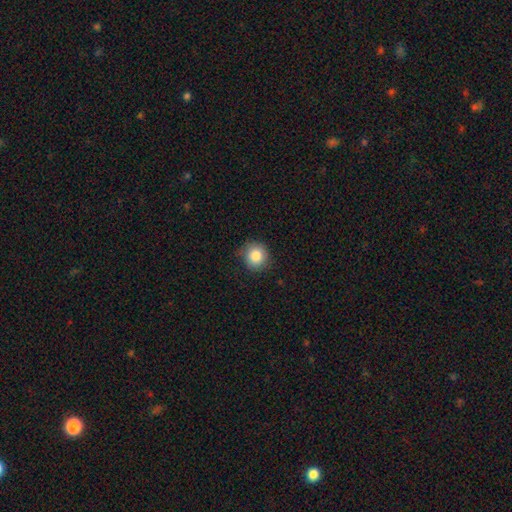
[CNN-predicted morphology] This is clearly a smooth galaxy (85%). How rounded: clearly round (91%). Merging: clearly none (83%).